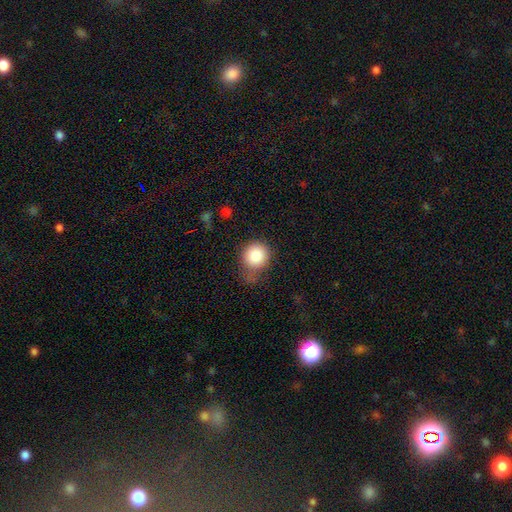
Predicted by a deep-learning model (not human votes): Q: Smooth or featured?
A: smooth (85%); runner-up: star or artifact (9%)
Q: How rounded?
A: round (88%); runner-up: in between (11%)
Q: Merging?
A: none (48%); runner-up: minor disturbance (34%)